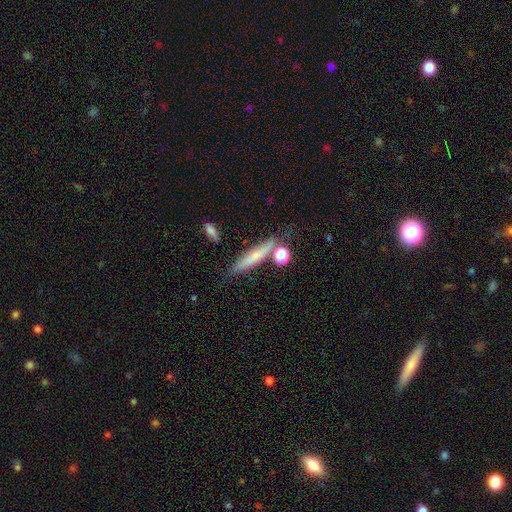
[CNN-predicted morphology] A smooth galaxy with no disk features (59%) that is cigar-shaped (81%).

Vote fractions:
- Smooth or featured? smooth: 59% / featured or disk: 31% / star or artifact: 9%
- How rounded? cigar-shaped: 81% / in between: 13% / round: 6%
- Merging? none: 69% / minor disturbance: 16% / merger: 11% / major disturbance: 5%